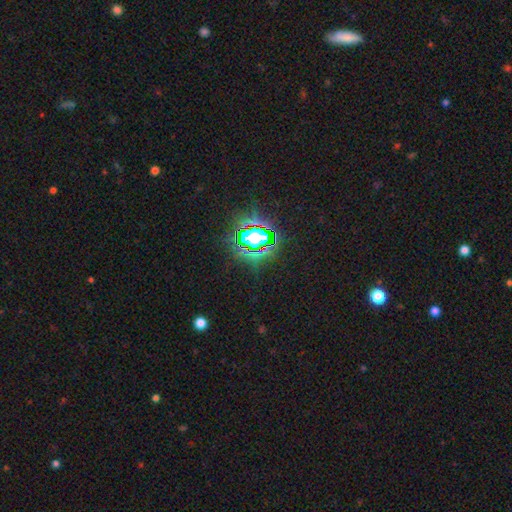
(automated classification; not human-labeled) Smooth or featured?
  - star or artifact: 78% *
  - smooth: 14%
  - featured or disk: 8%